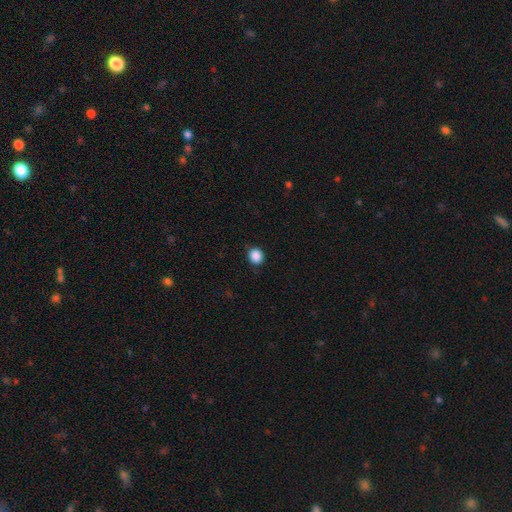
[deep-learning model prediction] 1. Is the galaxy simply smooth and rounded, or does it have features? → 88% smooth, 9% star or artifact, 3% featured or disk.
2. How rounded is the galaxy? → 81% round, 18% in between, 1% cigar-shaped.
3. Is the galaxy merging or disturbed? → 87% none, 9% minor disturbance, 2% major disturbance, 1% merger.